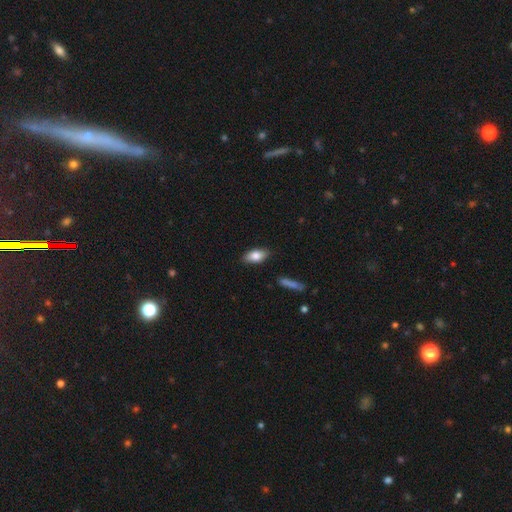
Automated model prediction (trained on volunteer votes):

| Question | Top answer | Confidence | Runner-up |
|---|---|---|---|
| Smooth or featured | smooth | 81% | featured or disk (12%) |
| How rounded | in between | 88% | cigar-shaped (9%) |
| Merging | none | 86% | minor disturbance (11%) |